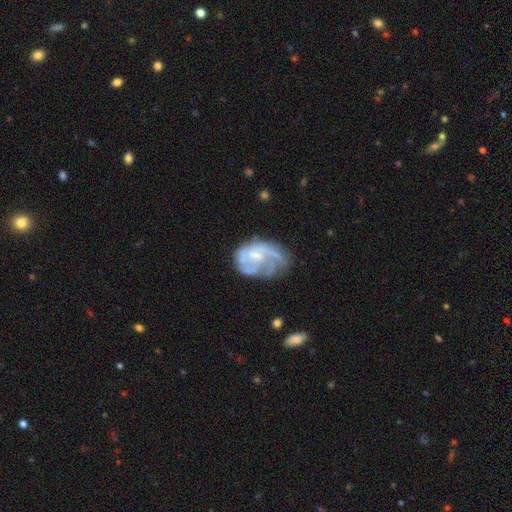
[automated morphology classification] A featured or disk galaxy (75%) with no bar (65%), medium (40%) spiral arms (77%) and a small central bulge (47%). Merging: none (42%).